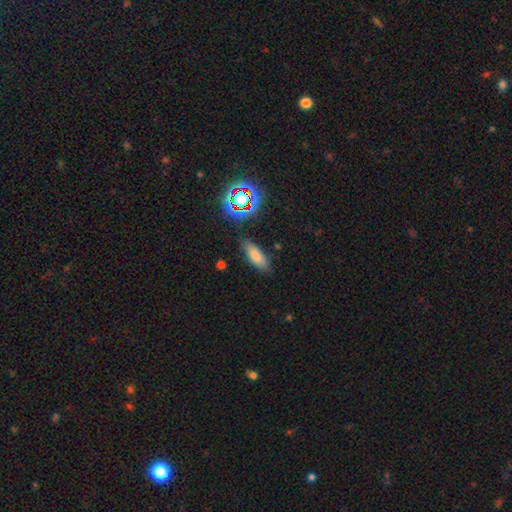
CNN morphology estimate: Smooth or featured? Predicted: smooth (p=0.75). How rounded? Predicted: in between (p=0.67). Merging? Predicted: none (p=0.80).